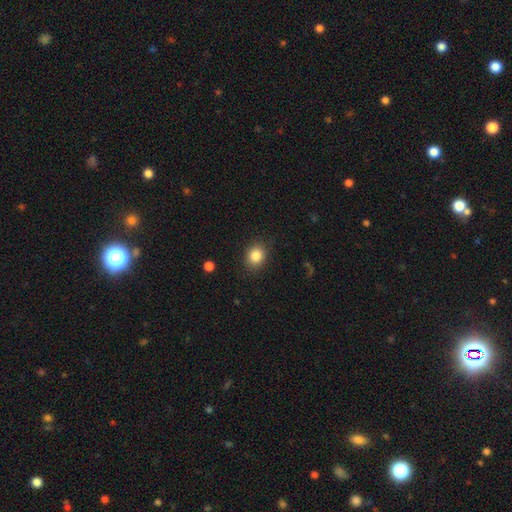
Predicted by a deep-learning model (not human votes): smooth_or_featured: smooth (p=0.85) [alt: star or artifact p=0.10]
how_rounded: round (p=0.60) [alt: in between p=0.39]
merging: none (p=0.87) [alt: minor disturbance p=0.09]